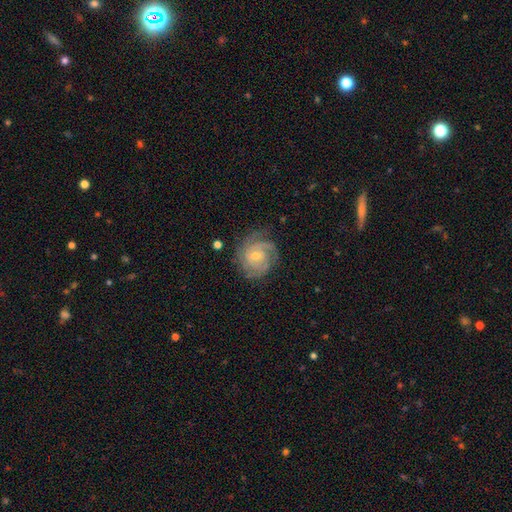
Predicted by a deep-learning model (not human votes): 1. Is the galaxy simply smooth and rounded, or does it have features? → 82% featured or disk, 10% smooth, 7% star or artifact.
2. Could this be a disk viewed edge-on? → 97% no, 3% yes.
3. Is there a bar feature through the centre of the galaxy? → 57% no, 36% weak, 7% strong.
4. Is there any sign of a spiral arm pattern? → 95% yes, 5% no.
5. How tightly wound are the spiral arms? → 68% tight, 26% medium, 6% loose.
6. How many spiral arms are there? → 30% can't tell, 25% 2, 24% 3, 9% 4, 7% 1, 5% more than 4.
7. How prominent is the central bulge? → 55% small, 41% moderate, 2% none, 1% large, 1% dominant.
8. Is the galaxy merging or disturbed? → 74% none, 17% minor disturbance, 7% major disturbance, 1% merger.